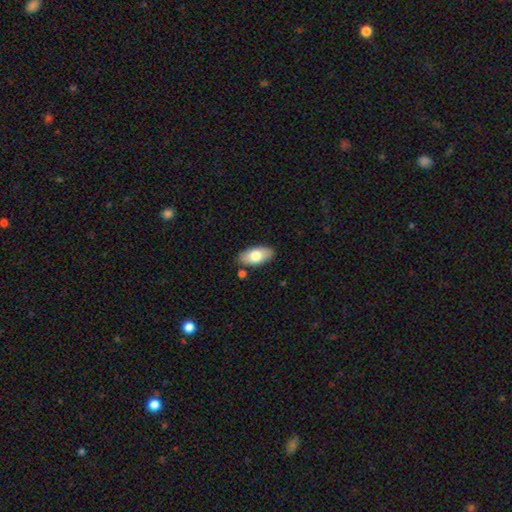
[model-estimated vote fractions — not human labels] Q: Smooth or featured?
A: smooth (75%); runner-up: featured or disk (19%)
Q: How rounded?
A: in between (92%); runner-up: cigar-shaped (5%)
Q: Merging?
A: none (83%); runner-up: minor disturbance (11%)